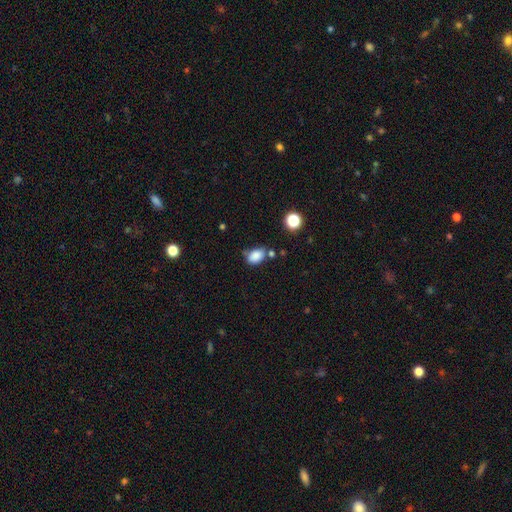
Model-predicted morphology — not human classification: smooth-or-featured: smooth: 84% | star or artifact: 10% | featured or disk: 6%
  how-rounded: in between: 81% | round: 17% | cigar-shaped: 1%
  merging: none: 59% | minor disturbance: 24% | merger: 11% | major disturbance: 6%